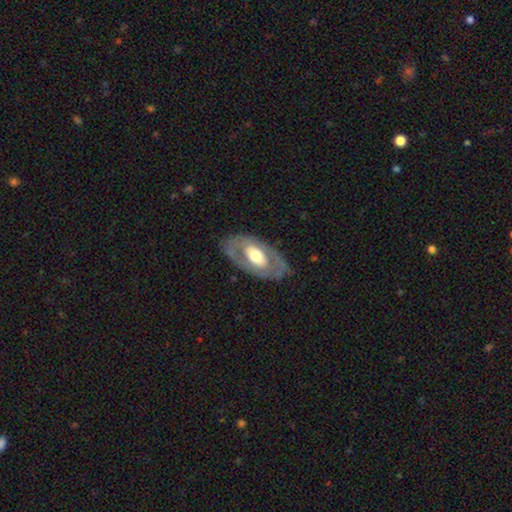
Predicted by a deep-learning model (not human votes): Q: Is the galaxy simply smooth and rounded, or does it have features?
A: featured or disk — 62%.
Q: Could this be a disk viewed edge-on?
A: no — 89%.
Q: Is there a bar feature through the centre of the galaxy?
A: no — 66%.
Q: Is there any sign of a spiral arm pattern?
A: no — 74%.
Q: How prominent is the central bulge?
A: moderate — 61%.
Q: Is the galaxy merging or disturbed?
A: none — 78%.